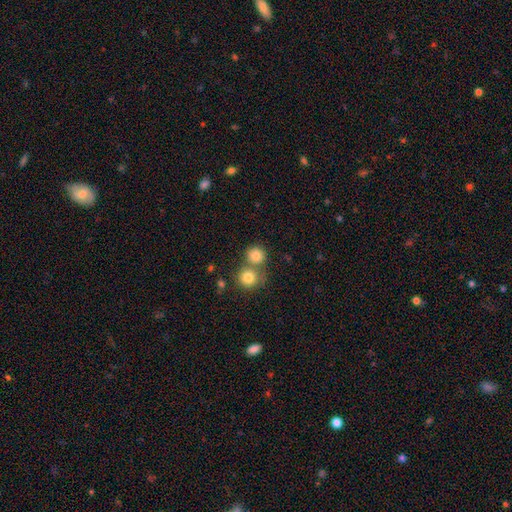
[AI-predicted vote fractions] A smooth galaxy with no disk features (82%) that is round (88%).

Vote fractions:
- Smooth or featured? smooth: 82% / star or artifact: 11% / featured or disk: 7%
- How rounded? round: 88% / in between: 11% / cigar-shaped: 1%
- Merging? none: 55% / merger: 35% / minor disturbance: 7% / major disturbance: 3%